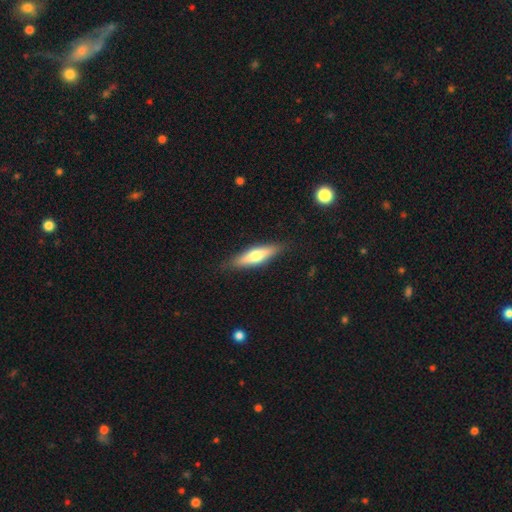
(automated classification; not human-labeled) A smooth galaxy with no disk features (51%) that is cigar-shaped (66%). Merging: none (85%).